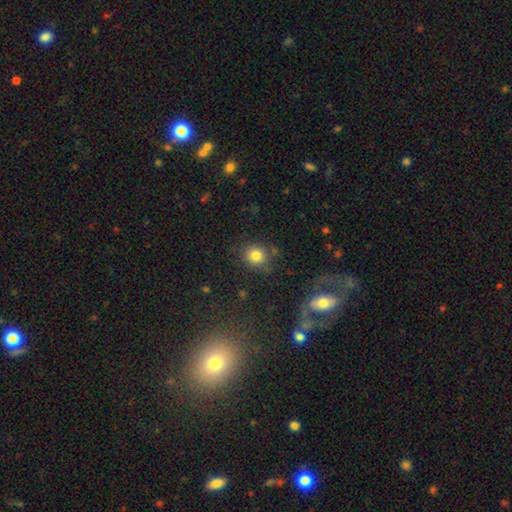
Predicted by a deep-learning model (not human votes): smooth-or-featured: smooth: 81% | star or artifact: 12% | featured or disk: 7%
  how-rounded: round: 83% | in between: 16% | cigar-shaped: 1%
  merging: none: 79% | minor disturbance: 12% | major disturbance: 5% | merger: 4%